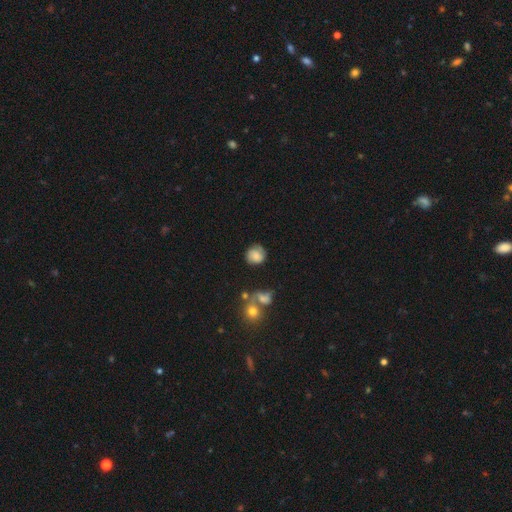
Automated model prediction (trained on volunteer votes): Morphology: type=smooth (67%); roundness=round (83%); merging=none (68%).